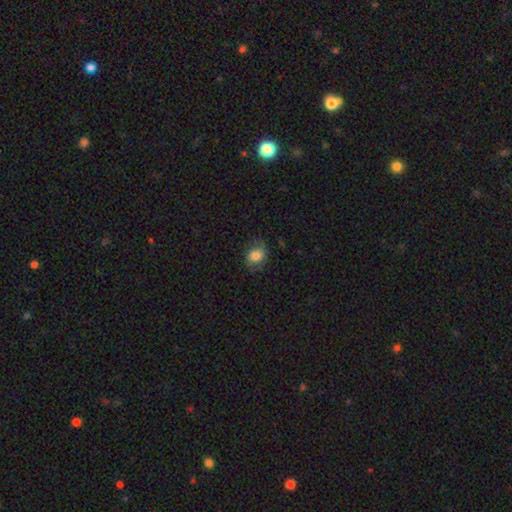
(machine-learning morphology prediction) The model was most divided on "how rounded": in between: 55%, round: 44%, cigar-shaped: 1%. More confident: merging — none (67%); smooth or featured — smooth (67%).